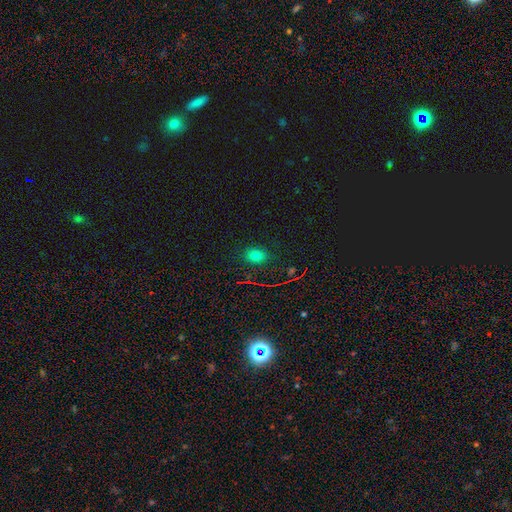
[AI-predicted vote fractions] Smooth or featured? Predicted: smooth (p=0.74). How rounded? Predicted: in between (p=0.70). Merging? Predicted: none (p=0.85).